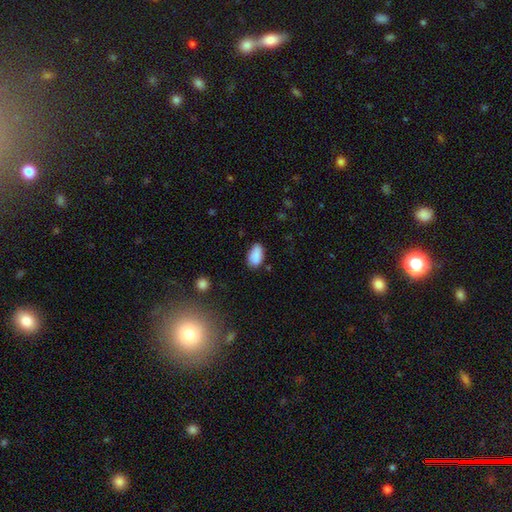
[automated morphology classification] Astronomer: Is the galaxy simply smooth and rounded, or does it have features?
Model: smooth — 88%.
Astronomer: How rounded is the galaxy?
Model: in between — 93%.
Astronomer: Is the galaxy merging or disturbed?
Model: none — 77%.